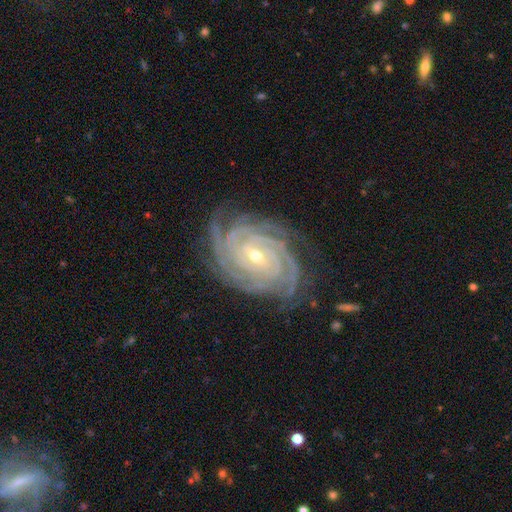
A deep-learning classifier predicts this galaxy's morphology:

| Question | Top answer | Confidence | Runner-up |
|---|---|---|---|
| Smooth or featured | featured or disk | 92% | star or artifact (5%) |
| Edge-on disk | no | 97% | yes (3%) |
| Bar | weak | 45% | no (33%) |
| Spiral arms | yes | 99% | no (1%) |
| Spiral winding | tight | 85% | medium (13%) |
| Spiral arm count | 4 | 32% | more than 4 (17%) |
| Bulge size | small | 57% | moderate (41%) |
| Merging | none | 78% | minor disturbance (16%) |